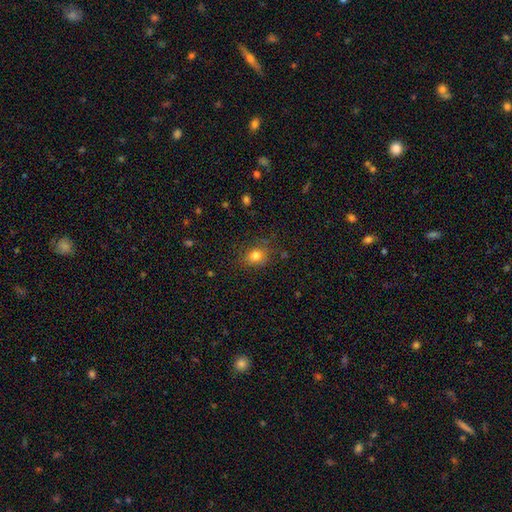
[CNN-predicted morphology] This appears to be a smooth galaxy with no disk features (80%) that is round (58%). Merging: none (78%).